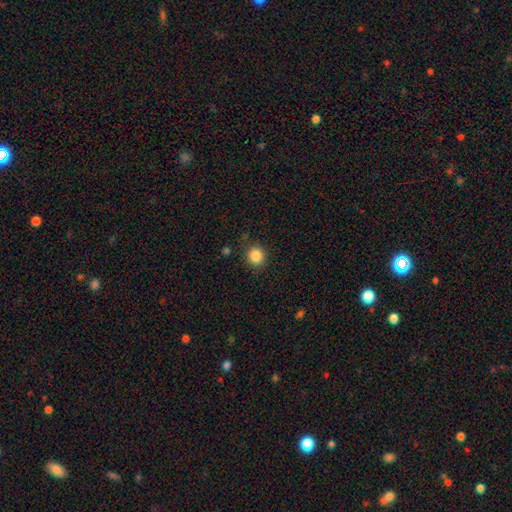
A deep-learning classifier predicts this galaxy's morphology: type=smooth (86%); roundness=round (88%); merging=none (87%).